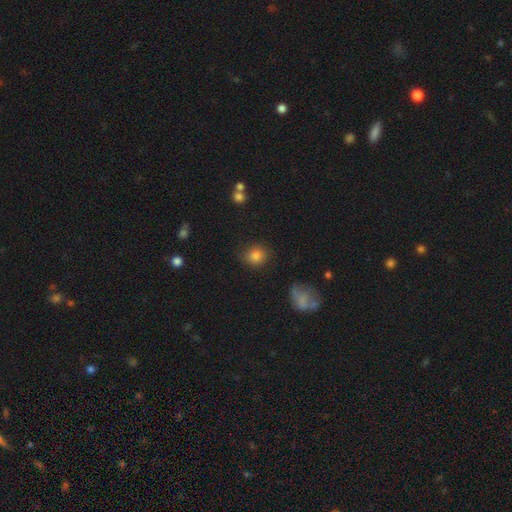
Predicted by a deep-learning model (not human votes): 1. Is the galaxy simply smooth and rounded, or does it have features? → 83% smooth, 11% star or artifact, 6% featured or disk.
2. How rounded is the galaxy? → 85% round, 14% in between, 1% cigar-shaped.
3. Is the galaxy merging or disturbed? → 81% none, 13% minor disturbance, 4% major disturbance, 2% merger.